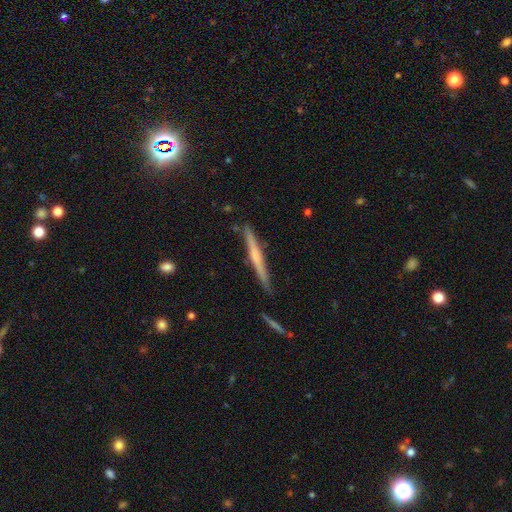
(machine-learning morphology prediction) A featured or disk galaxy (59%) viewed edge-on (97%) with no central bulge (44%, tied with rounded). Merging: none (86%).